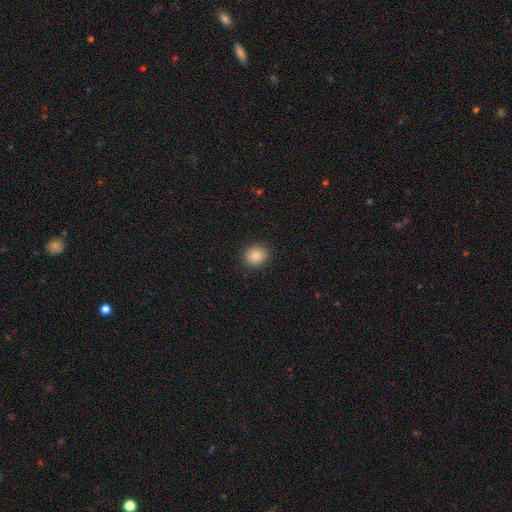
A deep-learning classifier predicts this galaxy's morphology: Q: Smooth or featured?
A: smooth (85%); runner-up: star or artifact (10%)
Q: How rounded?
A: round (80%); runner-up: in between (19%)
Q: Merging?
A: none (90%); runner-up: minor disturbance (7%)